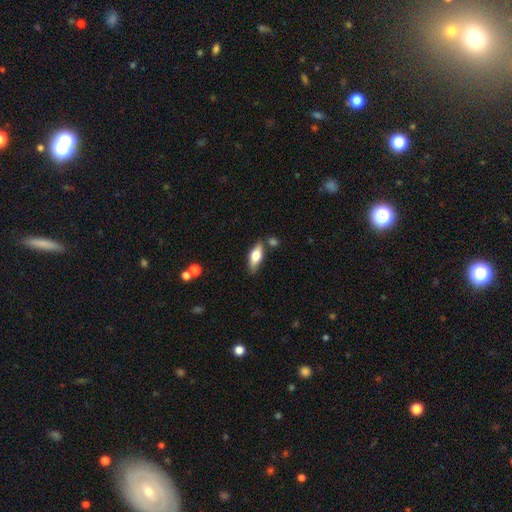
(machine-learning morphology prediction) This appears to be a smooth galaxy with no disk features (63%) that is in between round and cigar-shaped (74%). Merging: none (74%).